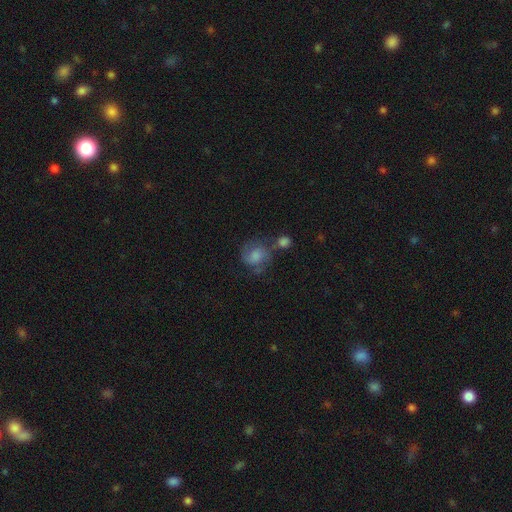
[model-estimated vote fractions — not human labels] Morphology: type=featured or disk (53%); edge-on=no (97%); bar=no (64%); spiral arms=yes (87%); bulge=moderate (40%); merging=none (54%).